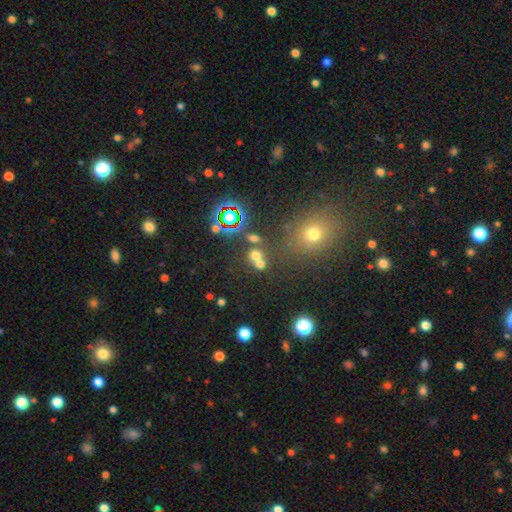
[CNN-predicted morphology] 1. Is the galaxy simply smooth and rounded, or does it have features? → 60% smooth, 28% star or artifact, 12% featured or disk.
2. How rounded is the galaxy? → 78% round, 20% in between, 1% cigar-shaped.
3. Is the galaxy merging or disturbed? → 48% none, 39% merger, 8% minor disturbance, 5% major disturbance.